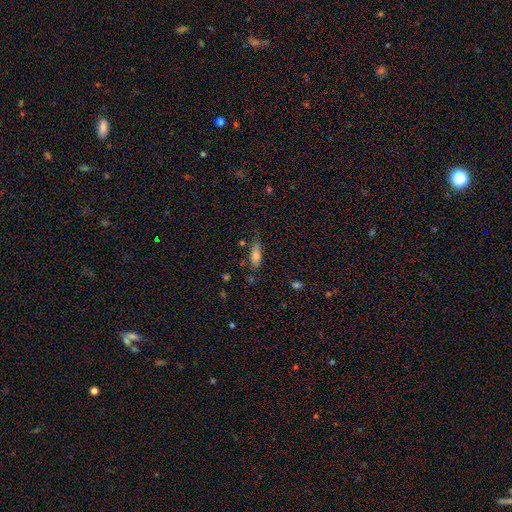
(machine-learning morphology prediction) Smooth or featured?
  - smooth: 76% *
  - featured or disk: 16%
  - star or artifact: 9%
How rounded?
  - in between: 69% *
  - cigar-shaped: 28%
  - round: 3%
Merging?
  - none: 69% *
  - minor disturbance: 21%
  - major disturbance: 5%
  - merger: 4%